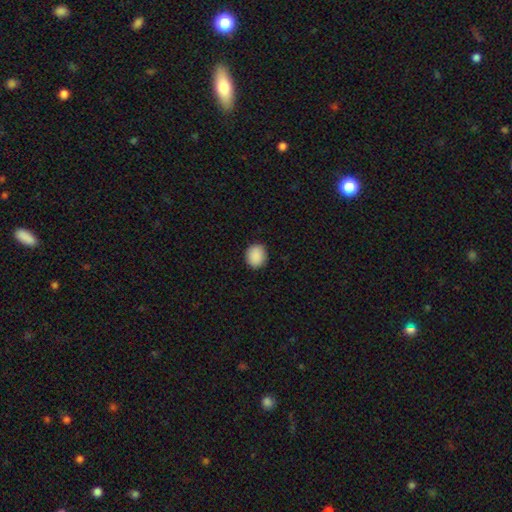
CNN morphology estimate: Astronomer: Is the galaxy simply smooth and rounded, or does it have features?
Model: smooth — 90%.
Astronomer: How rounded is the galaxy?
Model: round — 73%.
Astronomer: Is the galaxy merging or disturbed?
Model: none — 88%.